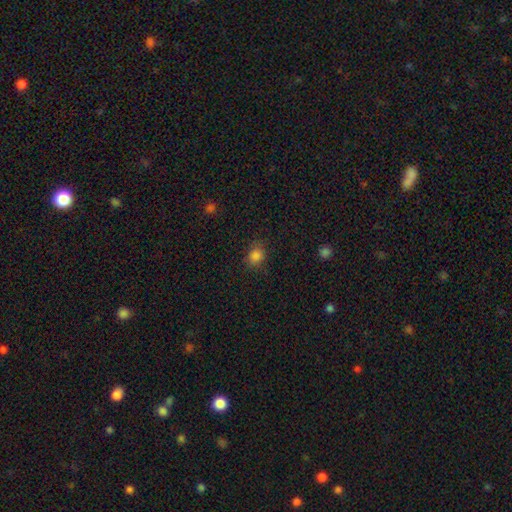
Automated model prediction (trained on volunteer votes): smooth-or-featured: smooth: 82% | star or artifact: 13% | featured or disk: 4%
  how-rounded: round: 60% | in between: 39% | cigar-shaped: 1%
  merging: none: 79% | minor disturbance: 15% | major disturbance: 4% | merger: 2%